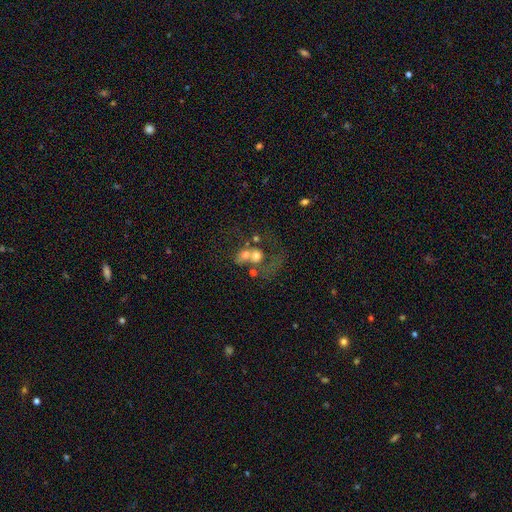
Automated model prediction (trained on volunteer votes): Smooth or featured?
  - smooth: 52% *
  - featured or disk: 35%
  - star or artifact: 13%
How rounded?
  - round: 65% *
  - in between: 34%
  - cigar-shaped: 1%
Merging?
  - merger: 65% *
  - none: 15%
  - major disturbance: 14%
  - minor disturbance: 6%